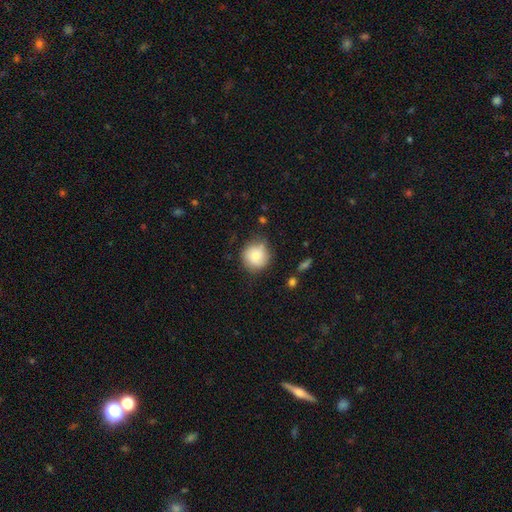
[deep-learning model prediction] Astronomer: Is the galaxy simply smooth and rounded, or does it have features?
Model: smooth — 79%.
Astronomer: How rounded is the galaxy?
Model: round — 91%.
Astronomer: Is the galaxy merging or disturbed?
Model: none — 71%.